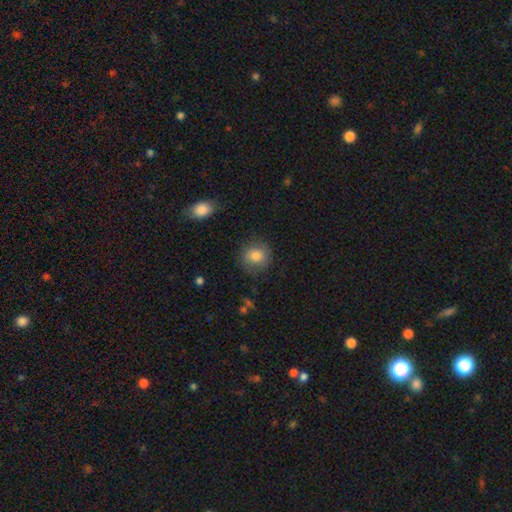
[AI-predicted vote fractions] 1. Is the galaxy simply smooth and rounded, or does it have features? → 81% smooth, 10% featured or disk, 9% star or artifact.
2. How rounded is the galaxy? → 84% round, 15% in between, 1% cigar-shaped.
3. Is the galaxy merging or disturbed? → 80% none, 14% minor disturbance, 5% major disturbance, 1% merger.